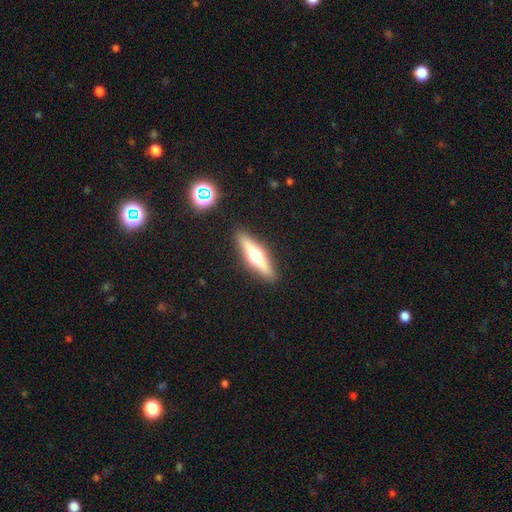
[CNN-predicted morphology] This appears to be a featured or disk galaxy (62%) viewed edge-on (95%) with a rounded central bulge (95%). Merging: none (90%).